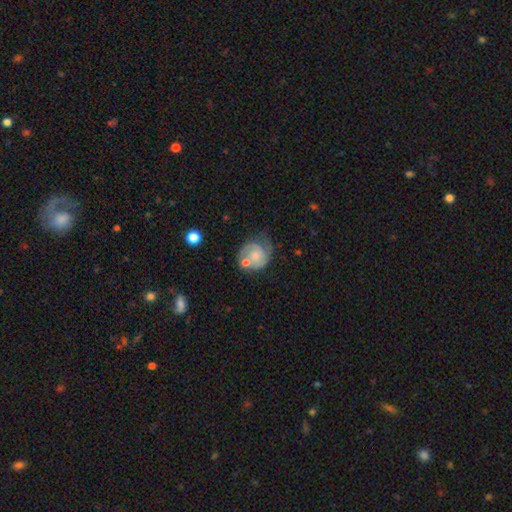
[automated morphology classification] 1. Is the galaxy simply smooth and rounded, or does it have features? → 63% featured or disk, 29% smooth, 7% star or artifact.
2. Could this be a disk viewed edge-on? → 98% no, 2% yes.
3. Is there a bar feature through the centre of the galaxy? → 72% no, 24% weak, 4% strong.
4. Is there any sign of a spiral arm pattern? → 87% yes, 13% no.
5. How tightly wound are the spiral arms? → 46% tight, 38% medium, 15% loose.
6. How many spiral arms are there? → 57% 2, 21% 1, 15% can't tell, 5% 3, 1% 4, 1% more than 4.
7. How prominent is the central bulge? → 40% small, 26% none, 26% moderate, 6% large, 2% dominant.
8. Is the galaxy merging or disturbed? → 44% none, 24% minor disturbance, 16% major disturbance, 16% merger.